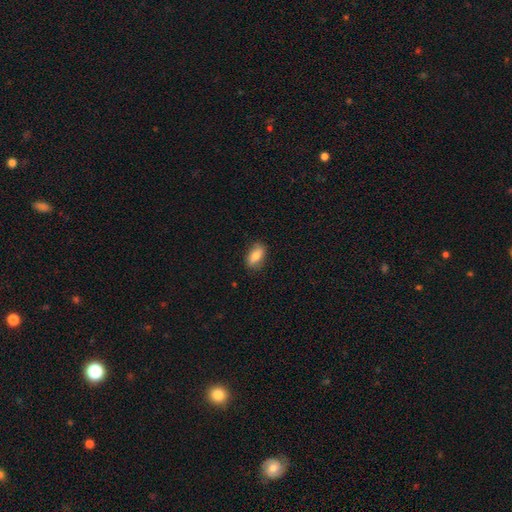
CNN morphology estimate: Q: Smooth or featured?
A: smooth (72%); runner-up: featured or disk (20%)
Q: How rounded?
A: in between (87%); runner-up: round (7%)
Q: Merging?
A: none (82%); runner-up: minor disturbance (15%)